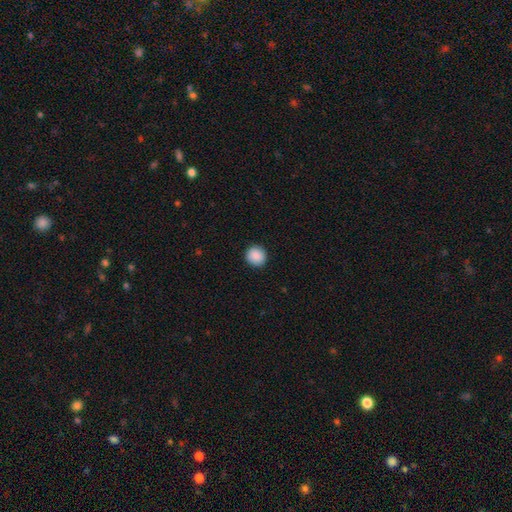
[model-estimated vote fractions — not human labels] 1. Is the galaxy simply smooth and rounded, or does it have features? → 89% smooth, 8% star or artifact, 3% featured or disk.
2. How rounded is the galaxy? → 92% round, 7% in between, 1% cigar-shaped.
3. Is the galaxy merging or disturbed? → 92% none, 5% minor disturbance, 2% major disturbance, 1% merger.